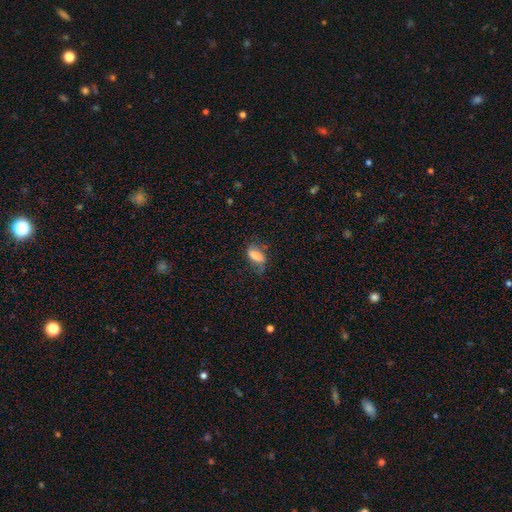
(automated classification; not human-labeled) smooth 65%, featured or disk 26%, star or artifact 9%. Down the decision tree: how rounded — in between (82%); merging — none (51%).